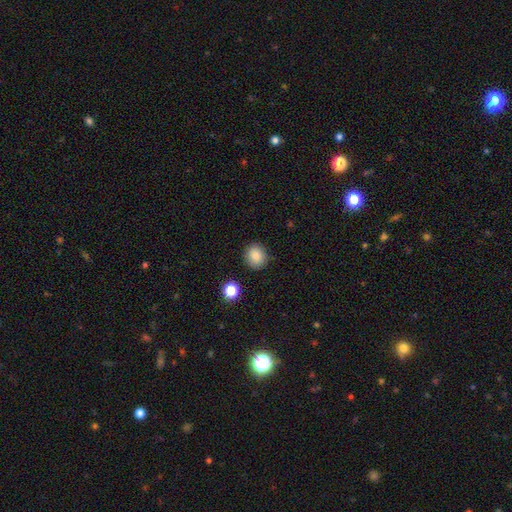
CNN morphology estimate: type=smooth (86%); roundness=round (79%); merging=none (88%).